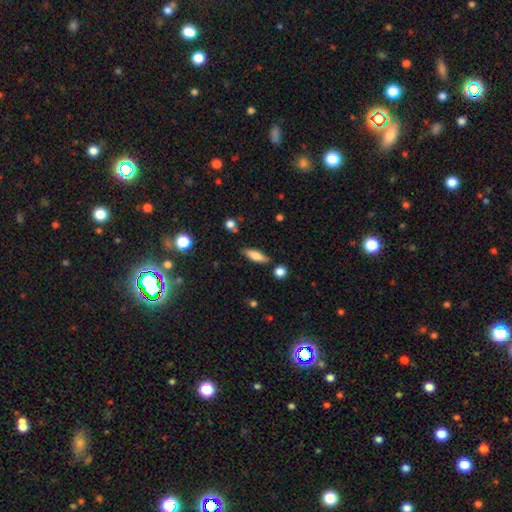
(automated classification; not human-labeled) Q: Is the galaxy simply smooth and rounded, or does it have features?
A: smooth — 77%.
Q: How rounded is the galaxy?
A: in between — 58%.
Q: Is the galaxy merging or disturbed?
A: none — 79%.